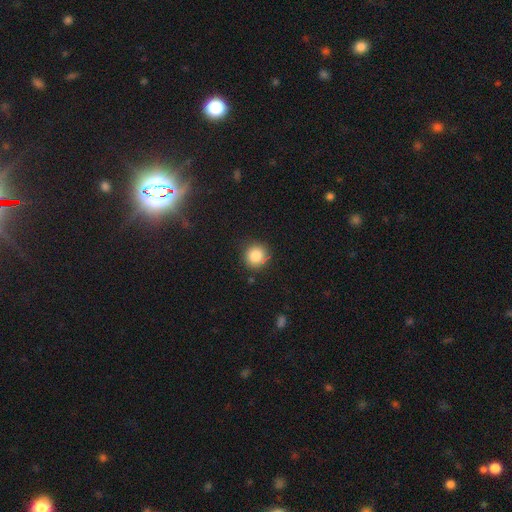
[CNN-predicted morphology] Smooth or featured? Predicted: smooth (p=0.86). How rounded? Predicted: round (p=0.93). Merging? Predicted: none (p=0.86).